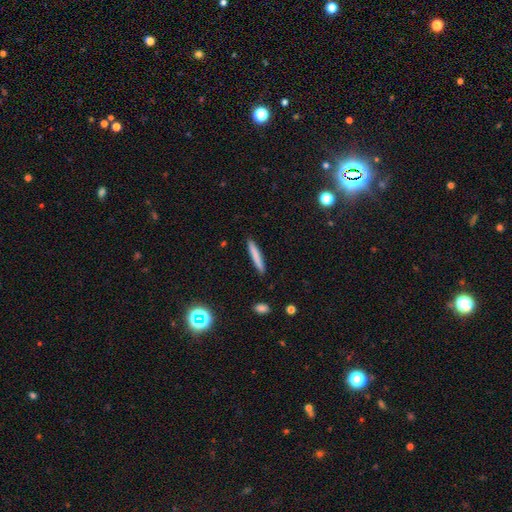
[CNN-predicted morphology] Smooth or featured: smooth — 78% (featured or disk — 15%)
How rounded: cigar-shaped — 94% (in between — 4%)
Merging: none — 91% (minor disturbance — 7%)